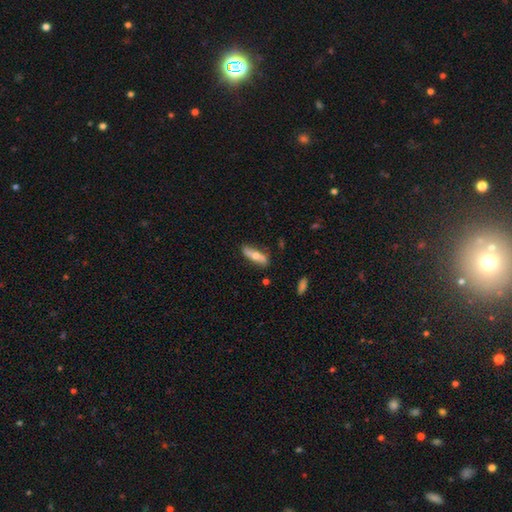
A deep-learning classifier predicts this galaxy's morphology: This appears to be a smooth galaxy with no disk features (51%) that is cigar-shaped (54%). Merging: none (76%).